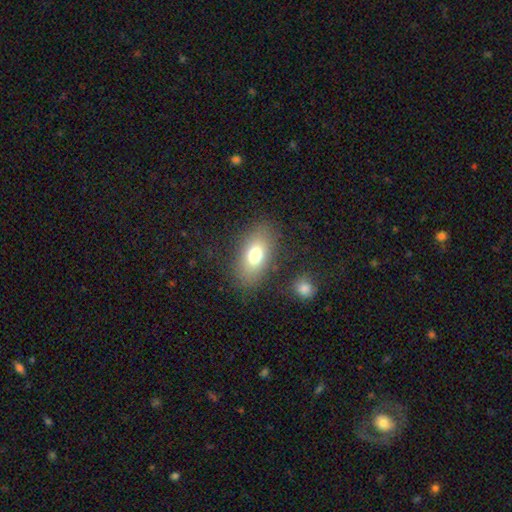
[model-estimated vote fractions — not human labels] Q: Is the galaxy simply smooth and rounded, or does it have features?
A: smooth — 71%.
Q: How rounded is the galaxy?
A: in between — 86%.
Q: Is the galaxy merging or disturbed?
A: none — 83%.